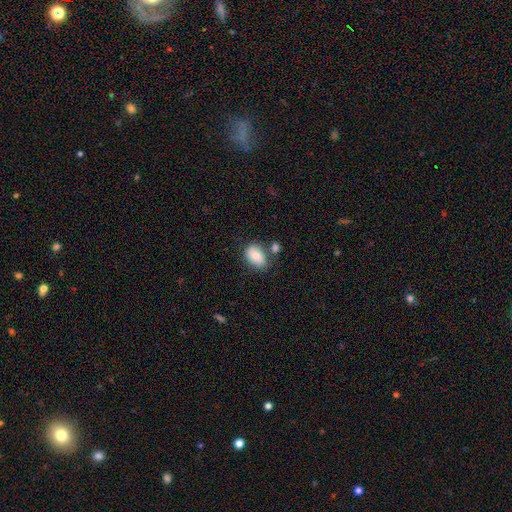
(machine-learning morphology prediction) Smooth or featured?
  - smooth: 81% *
  - featured or disk: 11%
  - star or artifact: 8%
How rounded?
  - in between: 83% *
  - round: 15%
  - cigar-shaped: 1%
Merging?
  - none: 61% *
  - minor disturbance: 19%
  - merger: 15%
  - major disturbance: 6%